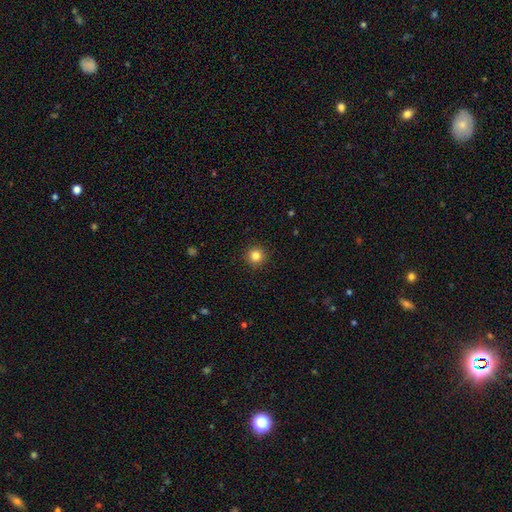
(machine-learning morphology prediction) This is clearly a smooth galaxy (84%). How rounded: clearly round (95%). Merging: clearly none (92%).